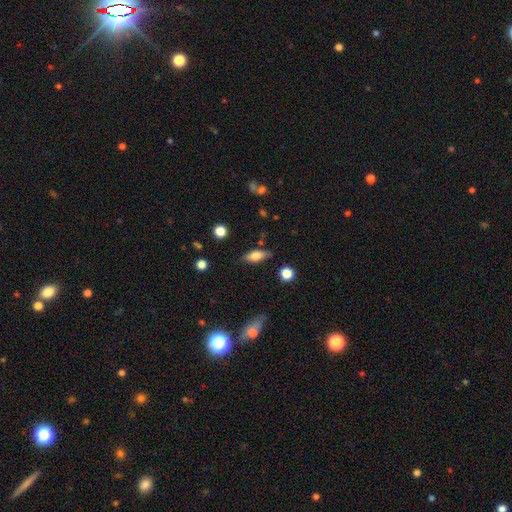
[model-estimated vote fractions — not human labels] A smooth galaxy with no disk features (62%) that is in between round and cigar-shaped (68%).

Vote fractions:
- Smooth or featured? smooth: 62% / featured or disk: 30% / star or artifact: 8%
- How rounded? in between: 68% / cigar-shaped: 27% / round: 5%
- Merging? none: 79% / minor disturbance: 15% / major disturbance: 4% / merger: 2%